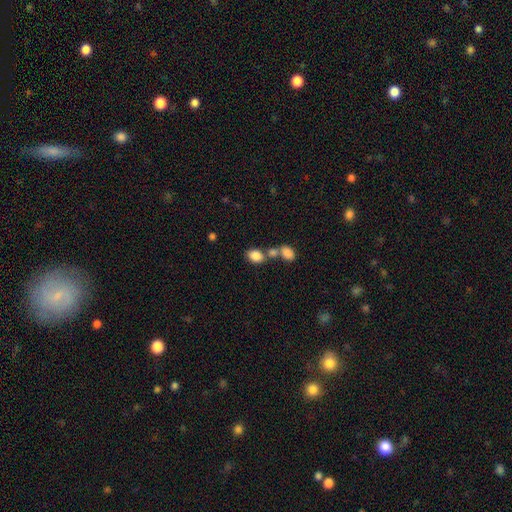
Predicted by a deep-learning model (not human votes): This appears to be a smooth galaxy with no disk features (84%) that is in between round and cigar-shaped (75%). Merging: none (45%).